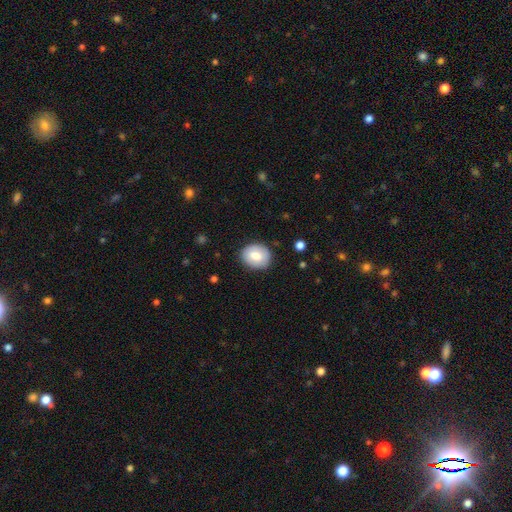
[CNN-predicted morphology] Smooth or featured?
  - smooth: 77% *
  - featured or disk: 16%
  - star or artifact: 7%
How rounded?
  - round: 67% *
  - in between: 32%
  - cigar-shaped: 1%
Merging?
  - none: 87% *
  - minor disturbance: 10%
  - major disturbance: 2%
  - merger: 1%